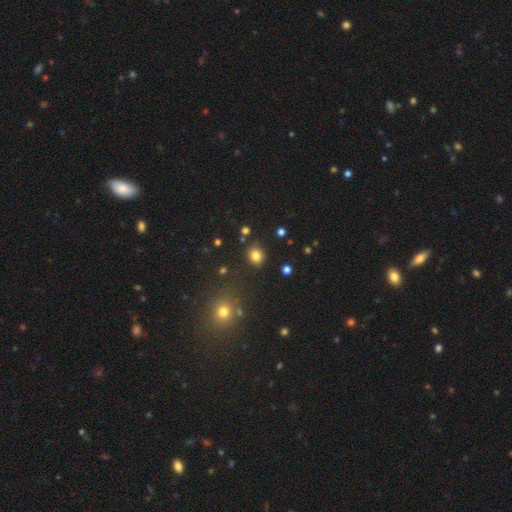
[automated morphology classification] smooth 81%, star or artifact 14%, featured or disk 5%. Down the decision tree: how rounded — round (74%); merging — none (84%).